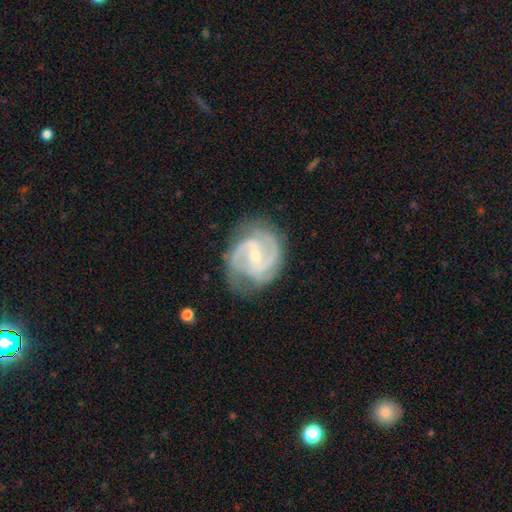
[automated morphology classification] A featured or disk galaxy (91%) with a weak bar (46%), 2 (61%) medium (53%) spiral arms (98%) and a small central bulge (69%).

Vote fractions:
- Smooth or featured? featured or disk: 91% / smooth: 5% / star or artifact: 4%
- Edge-on disk? no: 98% / yes: 2%
- Bar? weak: 46% / no: 37% / strong: 17%
- Spiral arms? yes: 98% / no: 2%
- Spiral winding? medium: 53% / tight: 36% / loose: 10%
- Spiral arm count? 2: 61% / 3: 22% / can't tell: 7% / 4: 4% / 1: 3% / more than 4: 3%
- Bulge size? small: 69% / moderate: 27% / none: 2% / large: 1% / dominant: 1%
- Merging? none: 70% / minor disturbance: 20% / major disturbance: 8% / merger: 1%